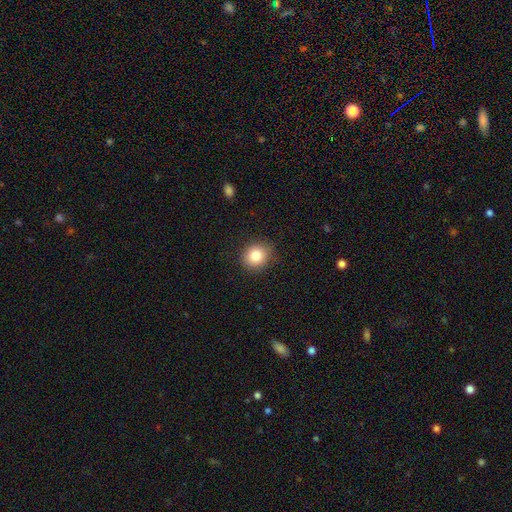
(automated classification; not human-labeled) smooth_or_featured: smooth (p=0.82) [alt: star or artifact p=0.10]
how_rounded: round (p=0.81) [alt: in between p=0.18]
merging: none (p=0.88) [alt: minor disturbance p=0.08]